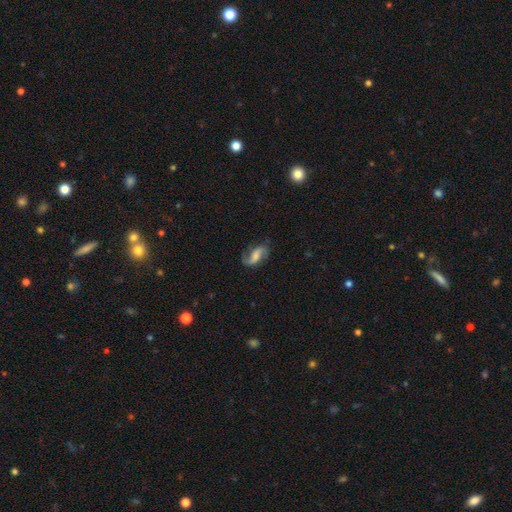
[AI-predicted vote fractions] smooth-or-featured: featured or disk: 69% | smooth: 23% | star or artifact: 8%
  disk-edge-on: no: 96% | yes: 4%
    bar: weak: 42% | no: 37% | strong: 21%
    has-spiral-arms: yes: 93% | no: 7%
      spiral-winding: loose: 58% | medium: 32% | tight: 10%
      spiral-arm-count: 2: 82% | 1: 11% | can't tell: 4% | 3: 1% | 4: 1% | more than 4: 1%
    bulge-size: moderate: 34% | small: 29% | none: 21% | large: 14% | dominant: 2%
  merging: none: 65% | minor disturbance: 20% | major disturbance: 12% | merger: 2%